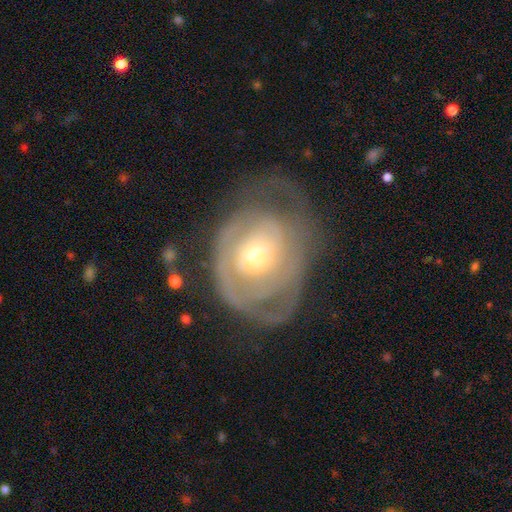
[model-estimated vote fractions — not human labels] Q: Smooth or featured?
A: featured or disk (74%); runner-up: smooth (20%)
Q: Edge-on disk?
A: no (97%); runner-up: yes (3%)
Q: Bar?
A: no (73%); runner-up: weak (21%)
Q: Spiral arms?
A: yes (73%); runner-up: no (27%)
Q: Spiral winding?
A: tight (62%); runner-up: medium (25%)
Q: Spiral arm count?
A: can't tell (43%); runner-up: 2 (27%)
Q: Bulge size?
A: moderate (53%); runner-up: small (35%)
Q: Merging?
A: none (42%); runner-up: major disturbance (32%)